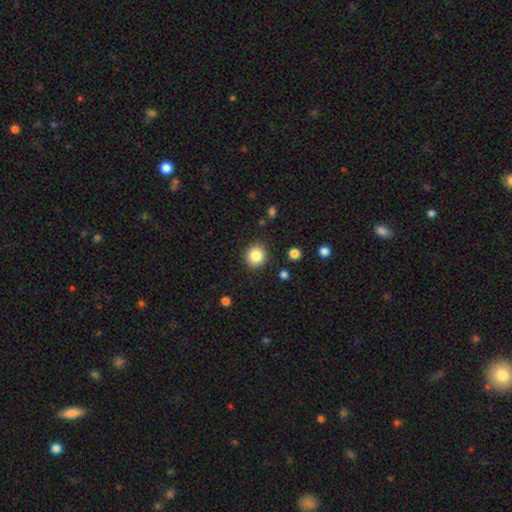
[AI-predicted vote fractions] Smooth or featured?
  - smooth: 85% *
  - star or artifact: 10%
  - featured or disk: 5%
How rounded?
  - round: 87% *
  - in between: 12%
  - cigar-shaped: 1%
Merging?
  - none: 89% *
  - minor disturbance: 7%
  - major disturbance: 2%
  - merger: 1%